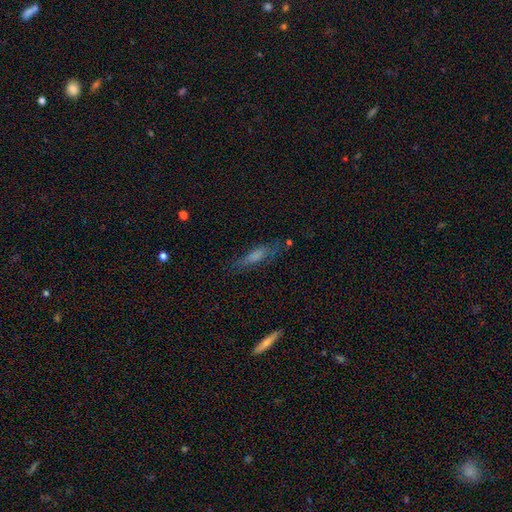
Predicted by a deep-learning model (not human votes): smooth 52%, featured or disk 36%, star or artifact 12%. Down the decision tree: how rounded — cigar-shaped (72%); merging — none (69%).